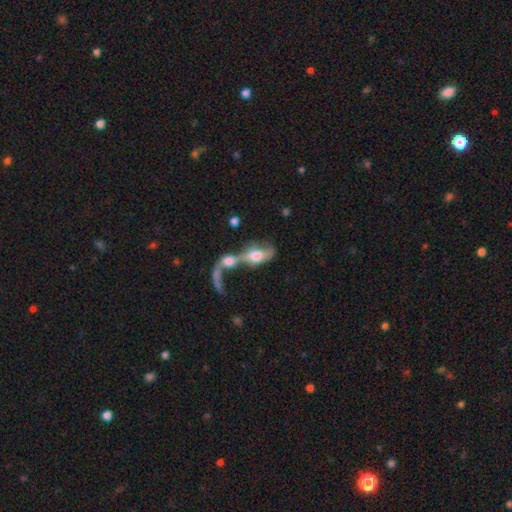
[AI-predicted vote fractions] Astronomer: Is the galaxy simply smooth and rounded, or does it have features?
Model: smooth — 46% (runner-up: featured or disk, 45%).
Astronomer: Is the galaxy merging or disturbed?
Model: merger — 78%.